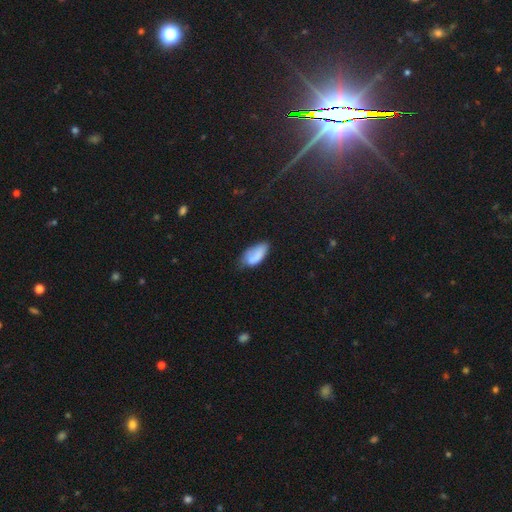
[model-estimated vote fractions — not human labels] smooth_or_featured: smooth (p=0.80) [alt: featured or disk p=0.12]
how_rounded: in between (p=0.92) [alt: cigar-shaped p=0.05]
merging: none (p=0.47) [alt: minor disturbance p=0.38]